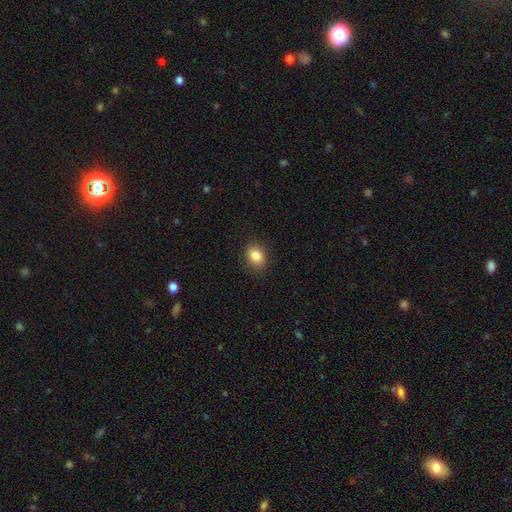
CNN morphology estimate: Smooth or featured: smooth — 84% (star or artifact — 10%)
How rounded: in between — 60% (round — 39%)
Merging: none — 88% (minor disturbance — 9%)